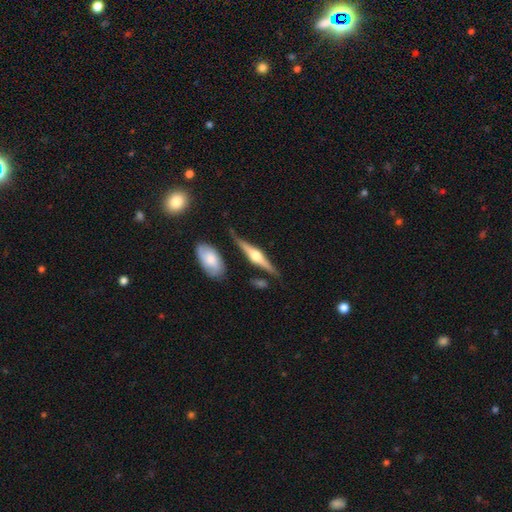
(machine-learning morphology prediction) A featured or disk galaxy (80%) viewed edge-on (97%) with a rounded central bulge (94%).

Vote fractions:
- Smooth or featured? featured or disk: 80% / smooth: 15% / star or artifact: 5%
- Edge-on disk? yes: 97% / no: 3%
- Edge-on bulge? rounded: 94% / boxy: 4% / none: 2%
- Merging? none: 78% / minor disturbance: 14% / merger: 5% / major disturbance: 3%